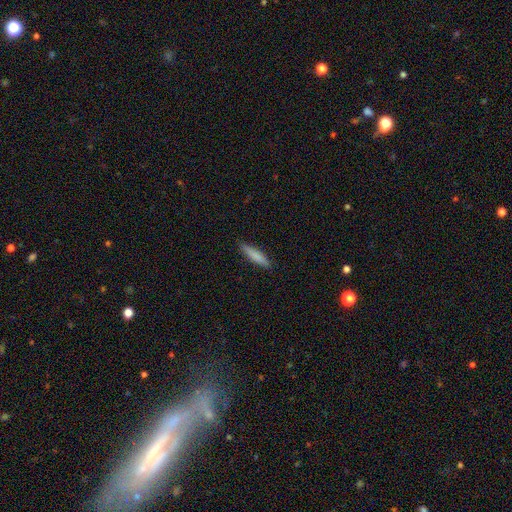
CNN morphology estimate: Smooth or featured?
  - smooth: 81% *
  - featured or disk: 14%
  - star or artifact: 6%
How rounded?
  - cigar-shaped: 85% *
  - in between: 13%
  - round: 1%
Merging?
  - none: 88% *
  - minor disturbance: 9%
  - major disturbance: 2%
  - merger: 1%